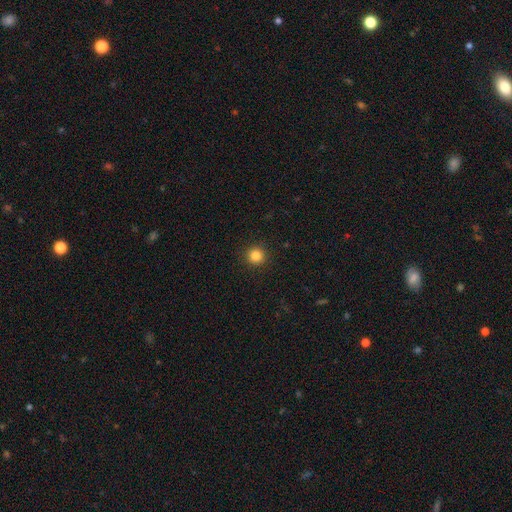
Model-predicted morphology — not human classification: smooth-or-featured: smooth: 84% | star or artifact: 12% | featured or disk: 4%
  how-rounded: round: 95% | in between: 5% | cigar-shaped: 1%
  merging: none: 93% | minor disturbance: 5% | major disturbance: 2% | merger: 1%